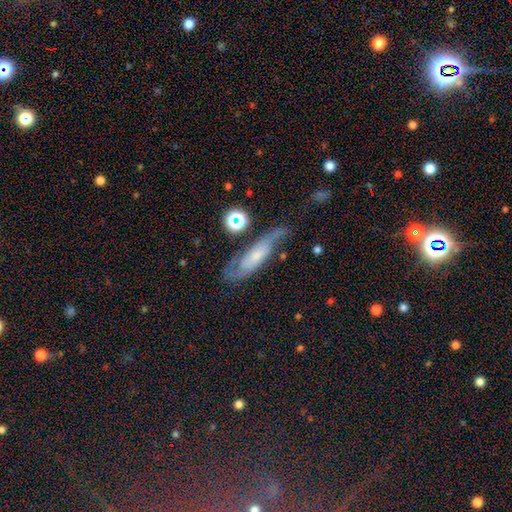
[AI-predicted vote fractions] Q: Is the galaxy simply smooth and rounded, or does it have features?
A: featured or disk — 66%.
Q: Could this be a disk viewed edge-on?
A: no — 79%.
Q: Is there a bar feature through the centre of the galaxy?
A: no — 60%.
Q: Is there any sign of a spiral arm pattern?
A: yes — 91%.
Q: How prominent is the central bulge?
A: small — 52%.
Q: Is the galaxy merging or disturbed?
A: none — 59%.